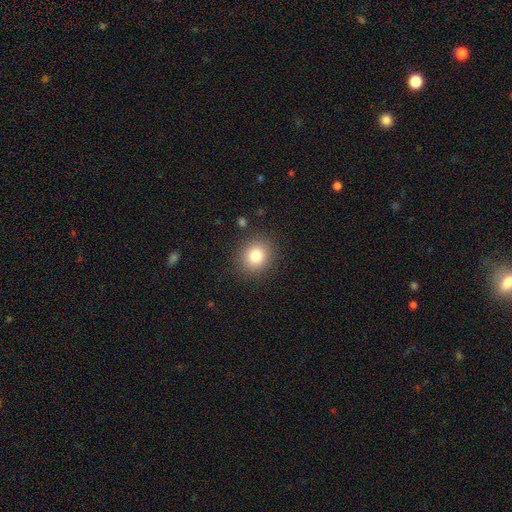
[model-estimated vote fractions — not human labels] A smooth galaxy with no disk features (80%) that is round (79%).

Vote fractions:
- Smooth or featured? smooth: 80% / star or artifact: 11% / featured or disk: 8%
- How rounded? round: 79% / in between: 20% / cigar-shaped: 1%
- Merging? none: 88% / minor disturbance: 8% / major disturbance: 3% / merger: 1%